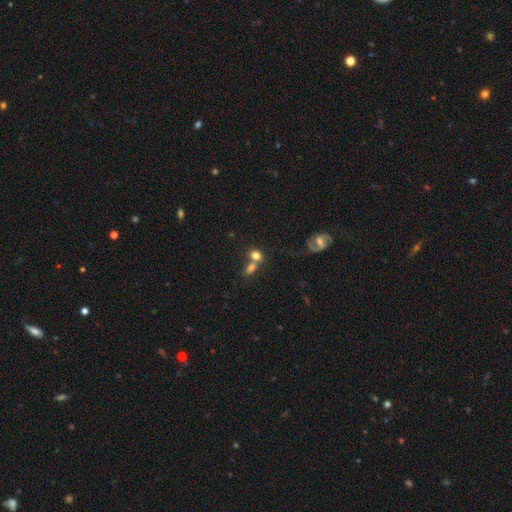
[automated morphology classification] Smooth or featured? smooth (73%)
How rounded? in between (54%)
Merging? merger (52%)